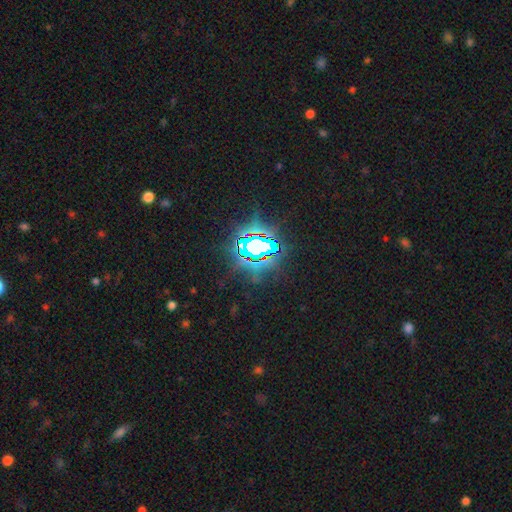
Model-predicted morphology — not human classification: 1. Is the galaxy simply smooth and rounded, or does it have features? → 83% star or artifact, 10% smooth, 7% featured or disk.